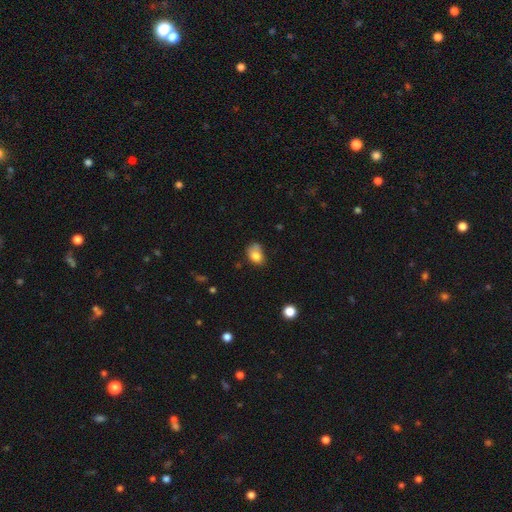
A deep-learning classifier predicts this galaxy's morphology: Smooth or featured: smooth — 78% (featured or disk — 12%)
How rounded: in between — 73% (round — 26%)
Merging: none — 40% (minor disturbance — 37%)